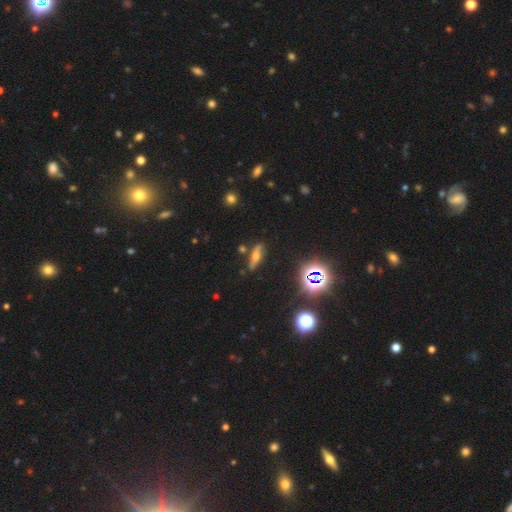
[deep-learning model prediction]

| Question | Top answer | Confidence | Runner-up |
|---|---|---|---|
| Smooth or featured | featured or disk | 41% | smooth (36%) |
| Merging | none | 75% | minor disturbance (15%) |